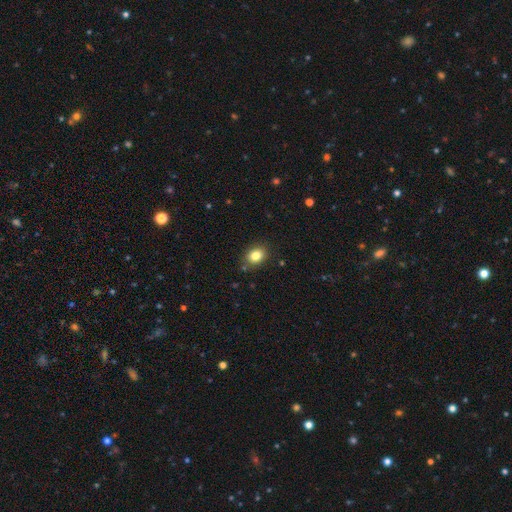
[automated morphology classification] smooth 83%, star or artifact 10%, featured or disk 6%. Down the decision tree: how rounded — in between (58%); merging — none (86%).